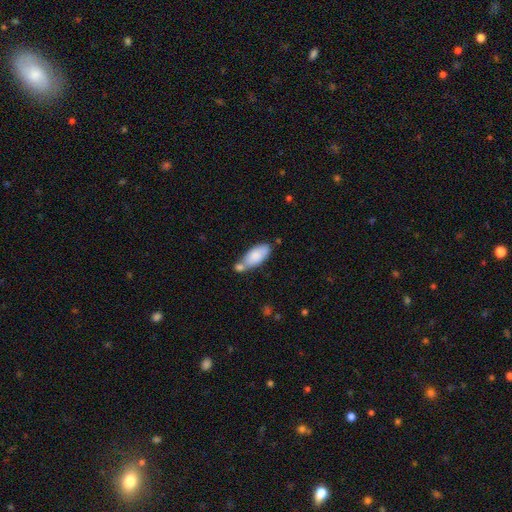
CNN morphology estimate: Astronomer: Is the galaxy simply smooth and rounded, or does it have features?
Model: smooth — 81%.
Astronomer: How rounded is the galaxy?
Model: in between — 82%.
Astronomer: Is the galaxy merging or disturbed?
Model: none — 42% (runner-up: merger, 34%).